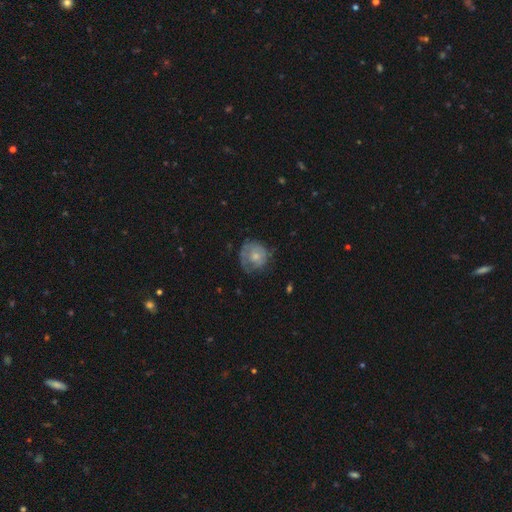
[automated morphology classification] This is possibly a smooth galaxy (53%). How rounded: clearly round (83%). Merging: possibly none (56%).